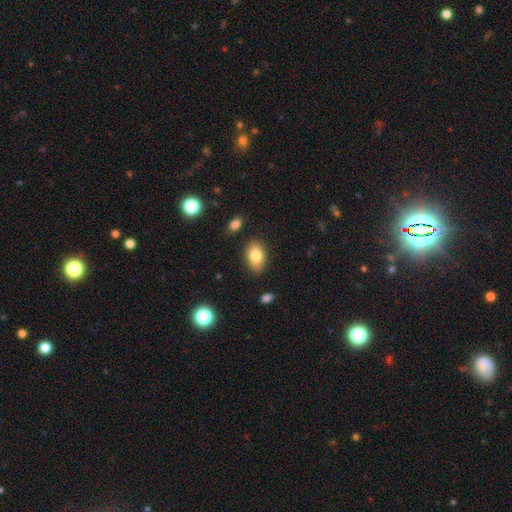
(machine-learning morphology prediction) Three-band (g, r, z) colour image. It shows a smooth galaxy with no disk features (80%) that is in between round and cigar-shaped (86%). Merging: none (83%).